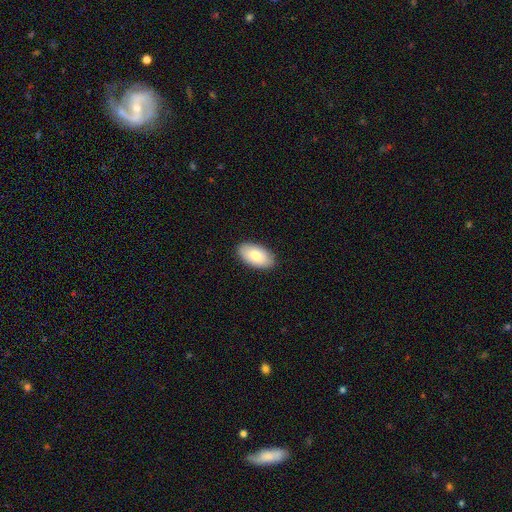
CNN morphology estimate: smooth-or-featured: smooth: 83% | featured or disk: 12% | star or artifact: 6%
  how-rounded: in between: 96% | round: 3% | cigar-shaped: 2%
  merging: none: 89% | minor disturbance: 9% | major disturbance: 2% | merger: 1%